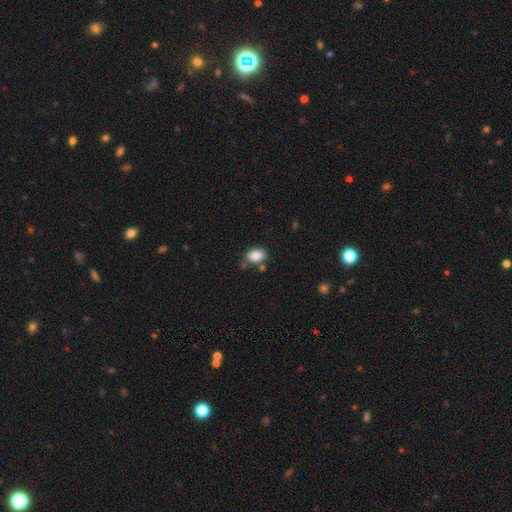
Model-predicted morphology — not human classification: This appears to be a smooth galaxy with no disk features (86%) that is in between round and cigar-shaped (81%). Merging: none (68%).